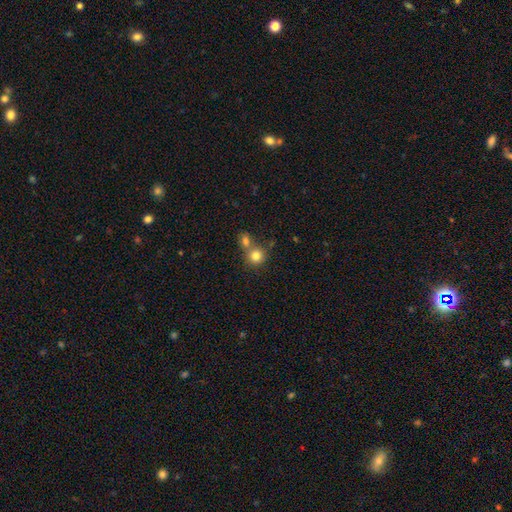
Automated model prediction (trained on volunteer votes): Overall: smooth (80%). How rounded: round (88%). Merging: none (49%; merger 41%).